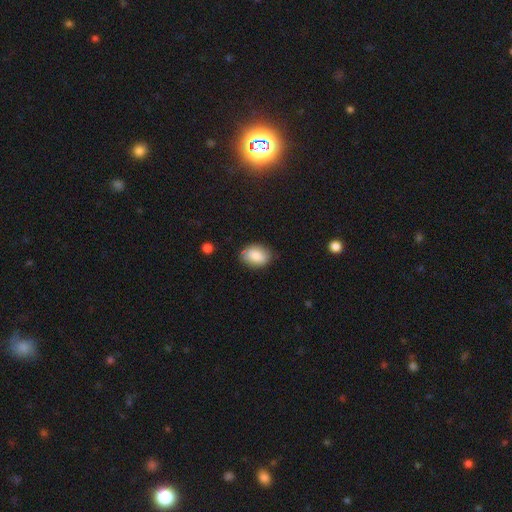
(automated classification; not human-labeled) smooth 86%, featured or disk 7%, star or artifact 7%. Down the decision tree: how rounded — in between (79%); merging — none (81%).